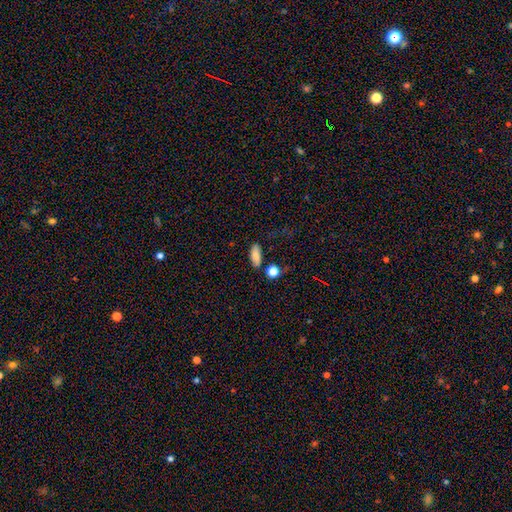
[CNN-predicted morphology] Smooth or featured?
  - smooth: 83% *
  - star or artifact: 9%
  - featured or disk: 8%
How rounded?
  - in between: 79% *
  - cigar-shaped: 16%
  - round: 5%
Merging?
  - none: 75% *
  - minor disturbance: 14%
  - merger: 7%
  - major disturbance: 4%